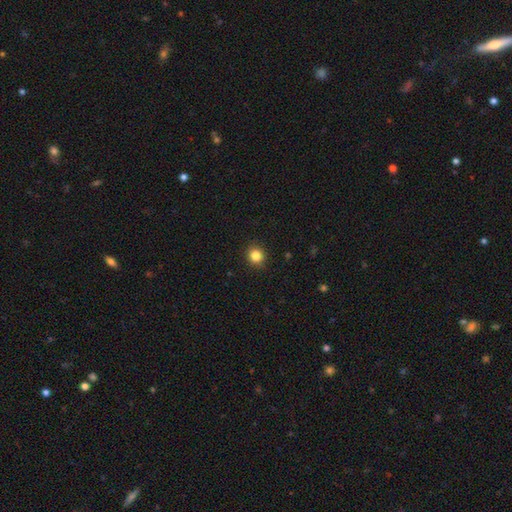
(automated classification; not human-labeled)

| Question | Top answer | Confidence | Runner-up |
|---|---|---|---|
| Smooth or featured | smooth | 84% | star or artifact (11%) |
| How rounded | round | 88% | in between (11%) |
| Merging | none | 92% | minor disturbance (5%) |